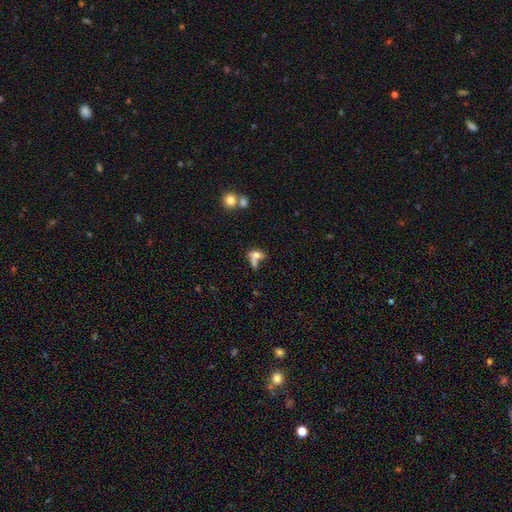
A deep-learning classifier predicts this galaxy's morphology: Q: Smooth or featured?
A: smooth (64%); runner-up: featured or disk (23%)
Q: How rounded?
A: in between (69%); runner-up: round (21%)
Q: Merging?
A: merger (43%); runner-up: none (28%)